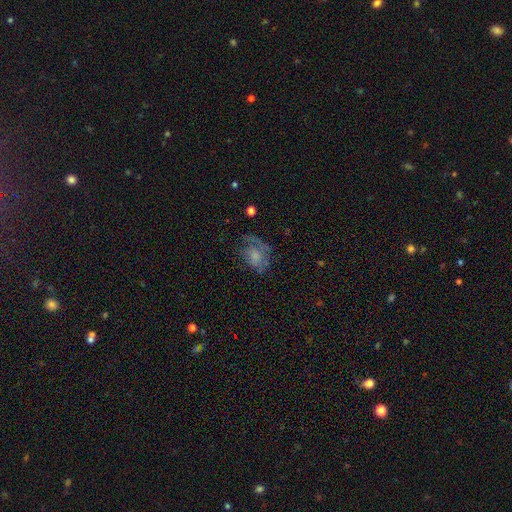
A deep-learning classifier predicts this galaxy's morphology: type=featured or disk (46%); merging=none (43%).